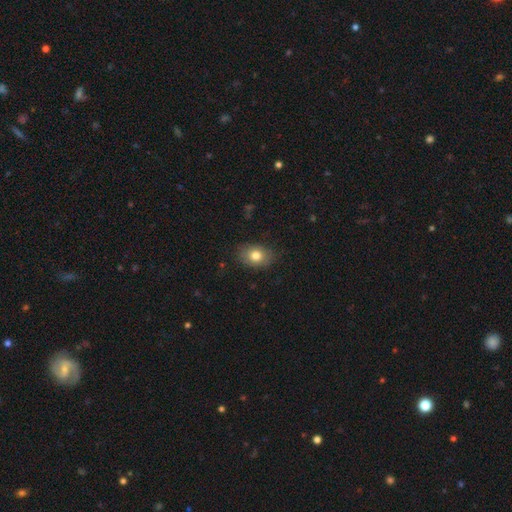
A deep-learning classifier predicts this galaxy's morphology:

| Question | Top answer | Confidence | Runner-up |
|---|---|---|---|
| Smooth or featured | smooth | 79% | featured or disk (13%) |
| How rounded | in between | 76% | round (23%) |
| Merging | none | 81% | minor disturbance (14%) |